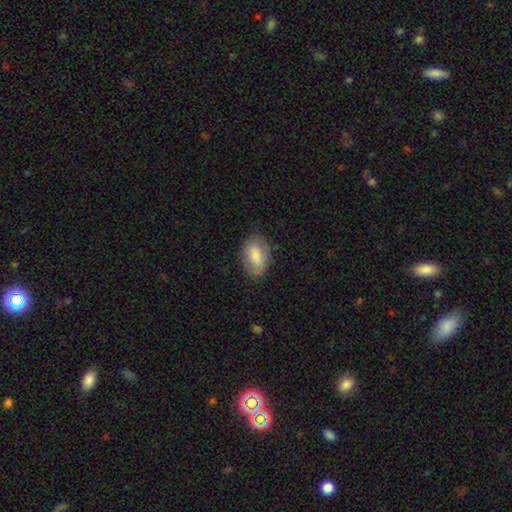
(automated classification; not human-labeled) This is likely a smooth galaxy (70%). How rounded: clearly in between (89%). Merging: likely none (77%).